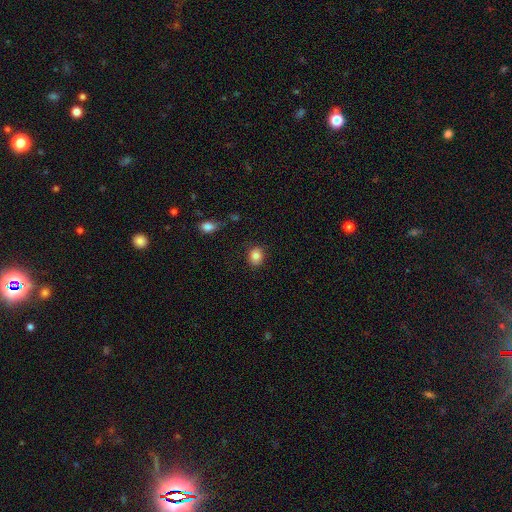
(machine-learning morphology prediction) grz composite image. It shows a smooth galaxy with no disk features (85%) that is round (59%). Merging: none (85%).